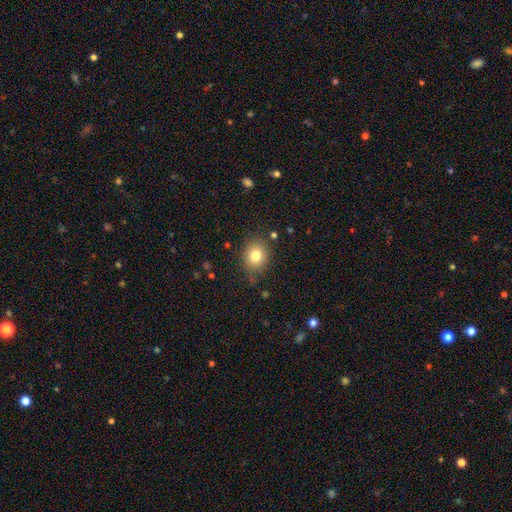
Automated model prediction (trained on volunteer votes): This appears to be a smooth galaxy with no disk features (79%) that is round (67%). Merging: none (80%).